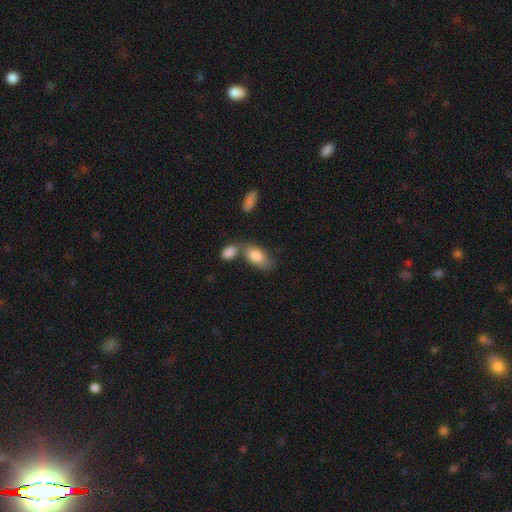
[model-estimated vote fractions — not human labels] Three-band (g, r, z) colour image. It shows a smooth galaxy with no disk features (82%) that is in between round and cigar-shaped (92%). Merging: none (49%).